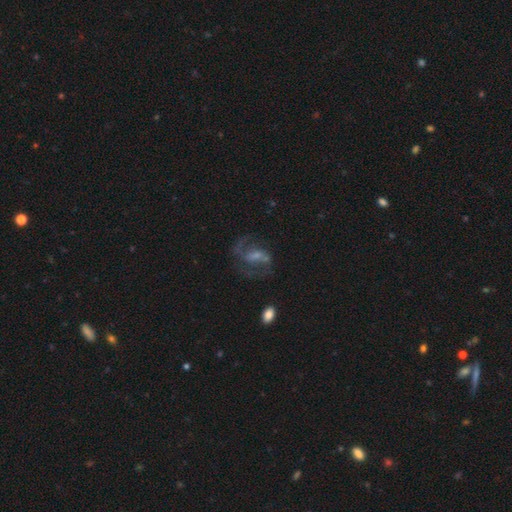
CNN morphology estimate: smooth-or-featured: featured or disk: 77% | star or artifact: 12% | smooth: 11%
  disk-edge-on: no: 96% | yes: 4%
    bar: weak: 49% | strong: 26% | no: 25%
    has-spiral-arms: yes: 91% | no: 9%
      spiral-winding: medium: 50% | loose: 38% | tight: 12%
      spiral-arm-count: 2: 82% | can't tell: 7% | 1: 5% | 3: 3% | 4: 1% | more than 4: 1%
    bulge-size: small: 46% | moderate: 26% | none: 22% | large: 5% | dominant: 1%
  merging: none: 64% | major disturbance: 17% | minor disturbance: 16% | merger: 3%